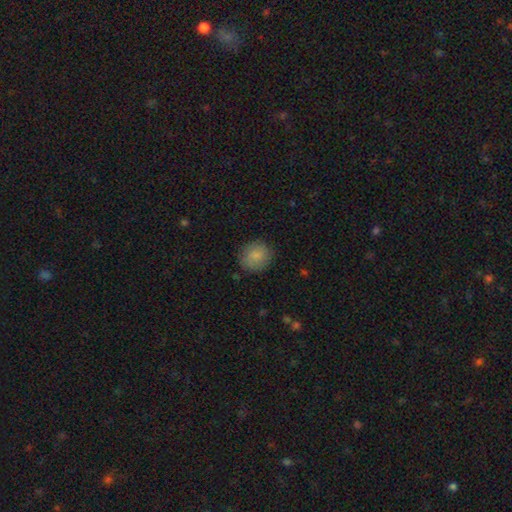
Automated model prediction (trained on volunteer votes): A smooth galaxy with no disk features (84%) that is round (83%).

Vote fractions:
- Smooth or featured? smooth: 84% / featured or disk: 8% / star or artifact: 8%
- How rounded? round: 83% / in between: 16% / cigar-shaped: 1%
- Merging? none: 84% / minor disturbance: 12% / major disturbance: 3% / merger: 1%